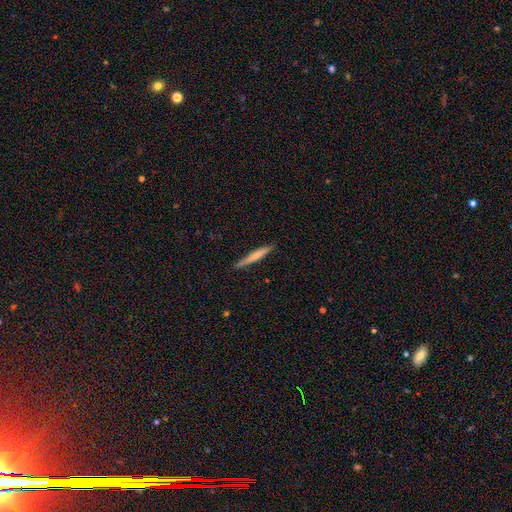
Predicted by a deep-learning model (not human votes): This is likely a smooth galaxy (64%). How rounded: clearly cigar-shaped (96%). Merging: clearly none (88%).